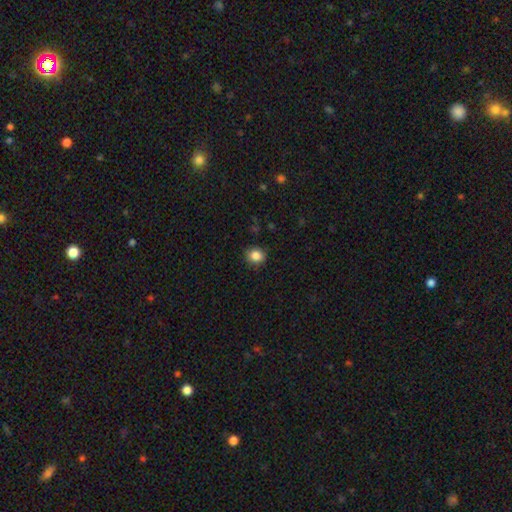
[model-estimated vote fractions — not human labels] This is clearly a smooth galaxy (85%). How rounded: likely round (78%). Merging: clearly none (87%).